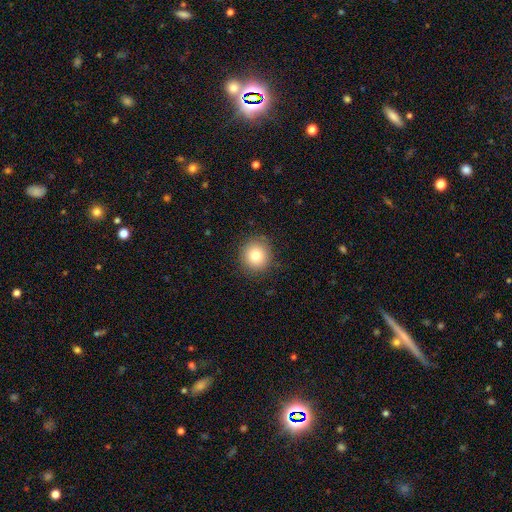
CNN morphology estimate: Smooth or featured?
  - smooth: 80% *
  - star or artifact: 11%
  - featured or disk: 9%
How rounded?
  - round: 89% *
  - in between: 10%
  - cigar-shaped: 1%
Merging?
  - none: 88% *
  - minor disturbance: 9%
  - major disturbance: 3%
  - merger: 1%